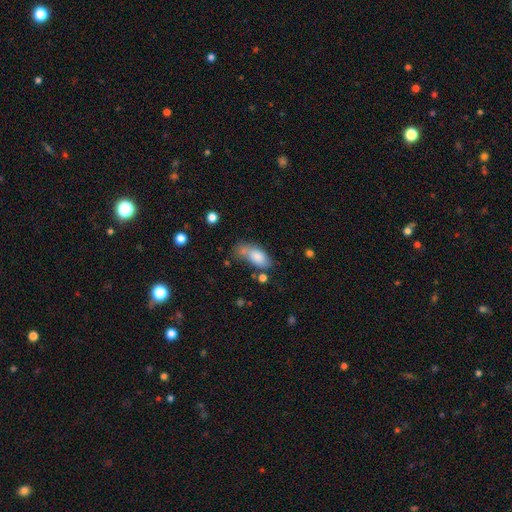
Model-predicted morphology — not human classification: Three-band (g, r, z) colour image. It shows a smooth galaxy with no disk features (80%) that is in between round and cigar-shaped (85%). Merging: none (39%).